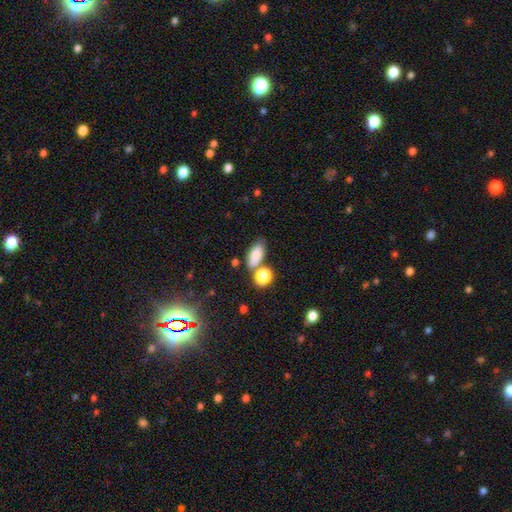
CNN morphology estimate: Smooth or featured: smooth — 81% (star or artifact — 11%)
How rounded: in between — 85% (round — 8%)
Merging: none — 62% (merger — 18%)